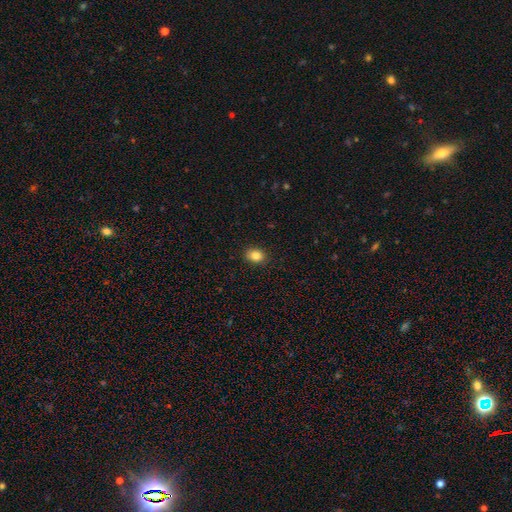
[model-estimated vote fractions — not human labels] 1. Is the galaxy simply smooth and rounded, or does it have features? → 84% smooth, 10% star or artifact, 6% featured or disk.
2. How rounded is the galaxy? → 60% in between, 39% round, 1% cigar-shaped.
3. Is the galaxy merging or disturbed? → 89% none, 8% minor disturbance, 2% major disturbance, 1% merger.